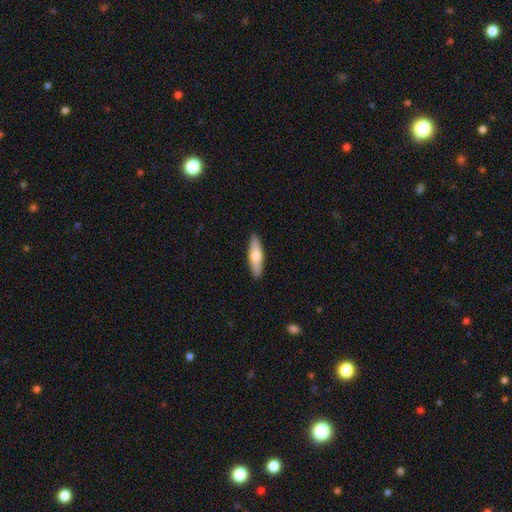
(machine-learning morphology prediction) A smooth galaxy with no disk features (67%) that is cigar-shaped (60%). Merging: none (90%).